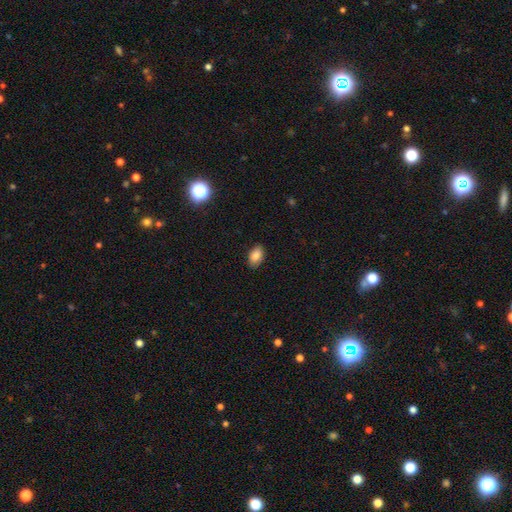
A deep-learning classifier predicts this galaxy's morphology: Overall: smooth (83%). How rounded: in between (90%). Merging: none (88%).